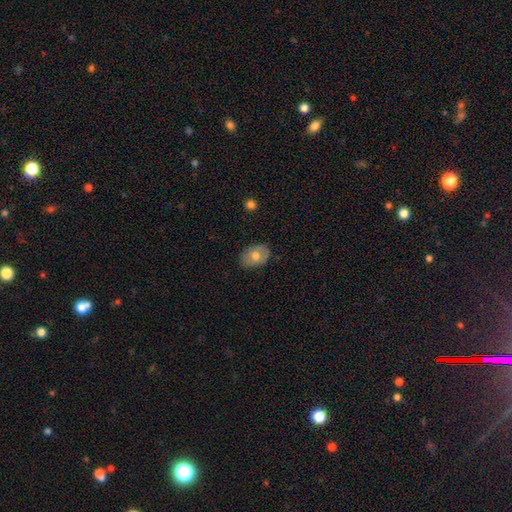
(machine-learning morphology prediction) Smooth or featured?
  - smooth: 66% *
  - featured or disk: 26%
  - star or artifact: 7%
How rounded?
  - in between: 77% *
  - round: 22%
  - cigar-shaped: 1%
Merging?
  - none: 80% *
  - minor disturbance: 16%
  - major disturbance: 3%
  - merger: 1%